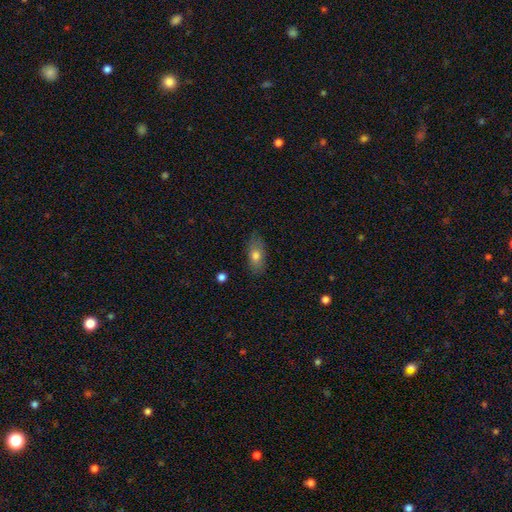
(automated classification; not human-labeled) Smooth or featured? Predicted: smooth (p=0.74). How rounded? Predicted: in between (p=0.84). Merging? Predicted: none (p=0.81).